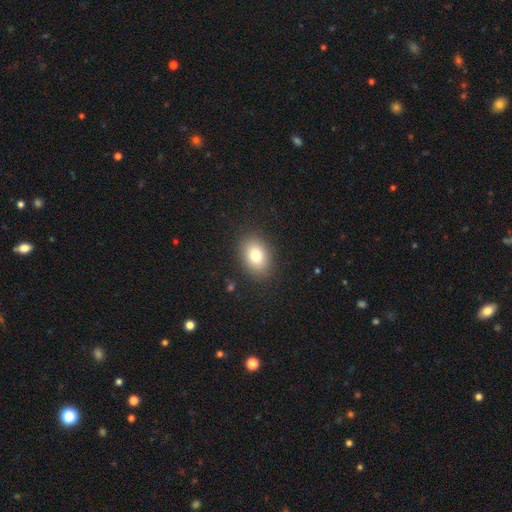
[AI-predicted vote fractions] Smooth or featured?
  - smooth: 80% *
  - featured or disk: 11%
  - star or artifact: 10%
How rounded?
  - in between: 75% *
  - round: 24%
  - cigar-shaped: 1%
Merging?
  - none: 87% *
  - minor disturbance: 9%
  - major disturbance: 3%
  - merger: 1%